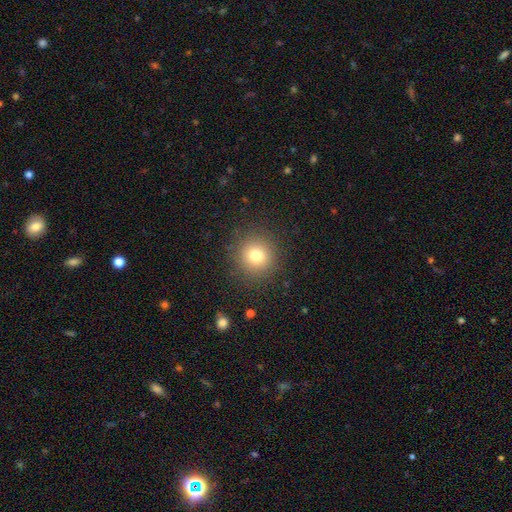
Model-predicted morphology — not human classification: Q: Smooth or featured?
A: smooth (77%); runner-up: star or artifact (14%)
Q: How rounded?
A: round (93%); runner-up: in between (6%)
Q: Merging?
A: none (89%); runner-up: minor disturbance (7%)